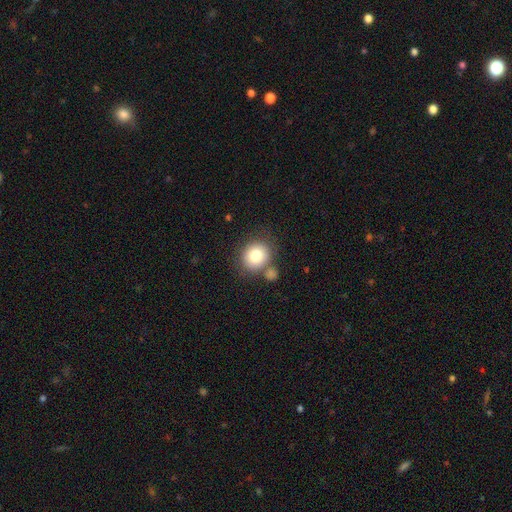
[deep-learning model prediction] The model was most divided on "merging": none: 67%, merger: 17%, minor disturbance: 12%, major disturbance: 4%. More confident: how rounded — round (81%); smooth or featured — smooth (80%).